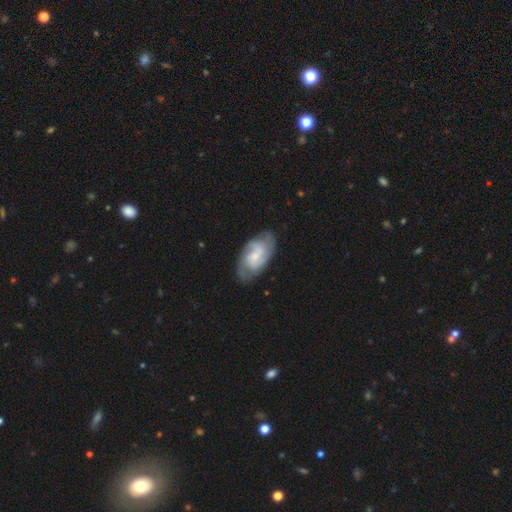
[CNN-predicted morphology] smooth-or-featured: featured or disk: 73% | smooth: 22% | star or artifact: 6%
  disk-edge-on: no: 96% | yes: 4%
    bar: no: 49% | weak: 42% | strong: 8%
    has-spiral-arms: yes: 93% | no: 7%
      spiral-winding: medium: 44% | tight: 42% | loose: 14%
      spiral-arm-count: 2: 33% | can't tell: 26% | 3: 25% | 4: 8% | 1: 4% | more than 4: 4%
    bulge-size: small: 59% | moderate: 28% | none: 9% | large: 3% | dominant: 1%
  merging: none: 74% | minor disturbance: 19% | major disturbance: 6% | merger: 1%